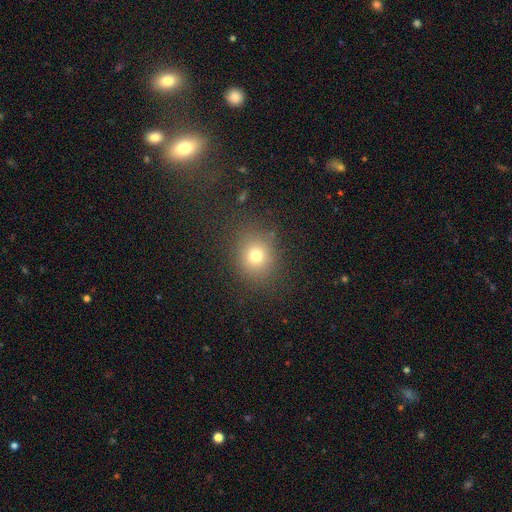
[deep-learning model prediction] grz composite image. It shows a smooth galaxy with no disk features (74%) that is round (75%). Merging: none (84%).